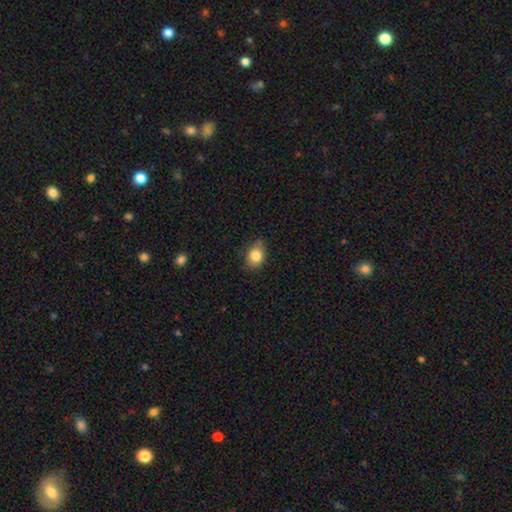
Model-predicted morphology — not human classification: This appears to be a smooth galaxy with no disk features (83%) that is in between round and cigar-shaped (62%). Merging: none (72%).